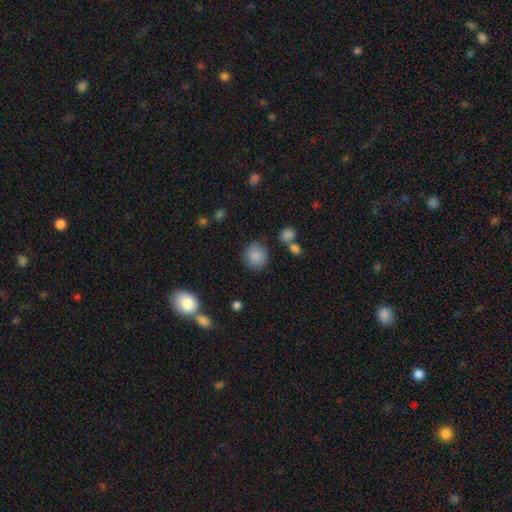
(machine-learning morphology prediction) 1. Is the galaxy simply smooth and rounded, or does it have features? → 85% smooth, 9% star or artifact, 6% featured or disk.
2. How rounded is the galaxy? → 86% round, 13% in between, 1% cigar-shaped.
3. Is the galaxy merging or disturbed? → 80% none, 12% minor disturbance, 4% merger, 4% major disturbance.